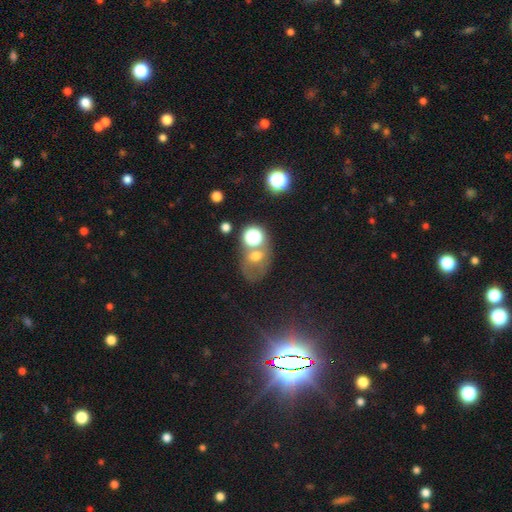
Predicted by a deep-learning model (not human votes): Morphology: type=smooth (52%); roundness=round (49%, tied with in between); merging=none (37%).